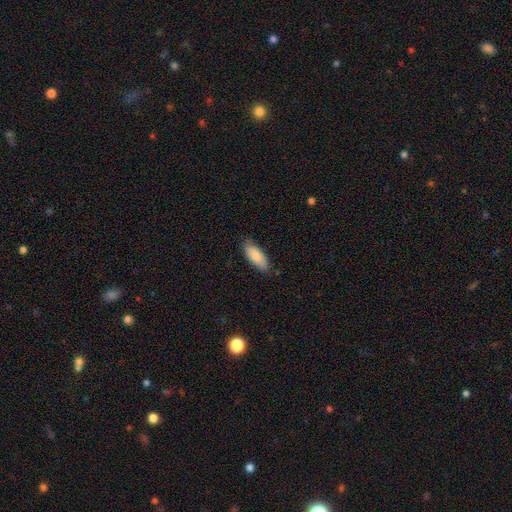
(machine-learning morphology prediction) Smooth or featured? smooth (84%)
How rounded? in between (82%)
Merging? none (82%)